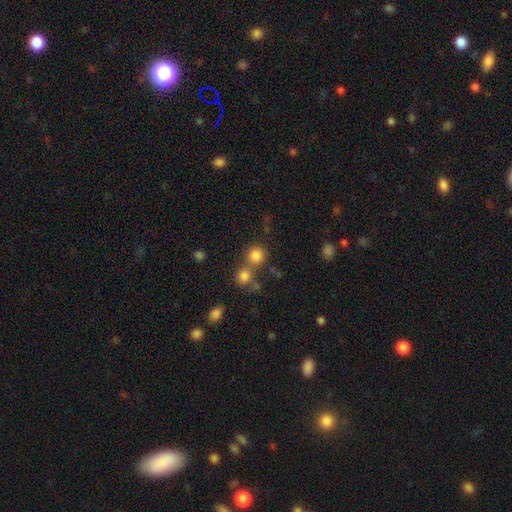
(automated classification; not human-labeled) This appears to be a smooth galaxy with no disk features (81%) that is round (89%). Merging: none (59%).